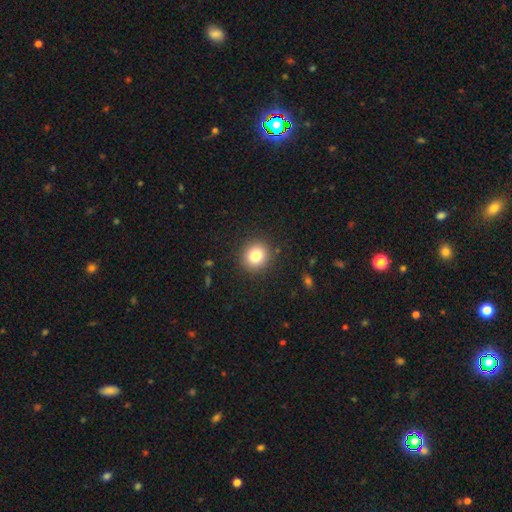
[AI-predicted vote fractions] Smooth or featured? smooth (81%)
How rounded? round (89%)
Merging? none (90%)